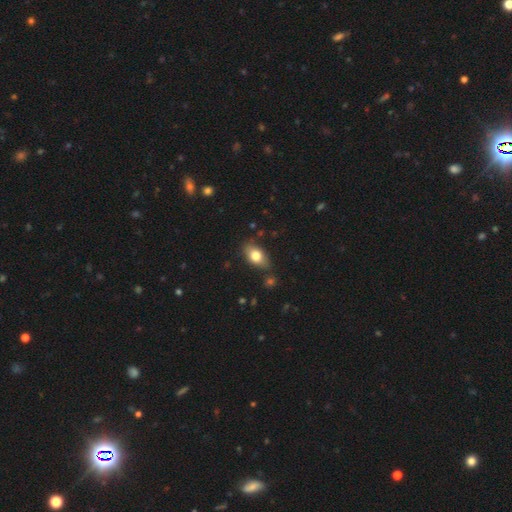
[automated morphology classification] This is likely a smooth galaxy (76%). How rounded: clearly in between (85%). Merging: likely none (76%).